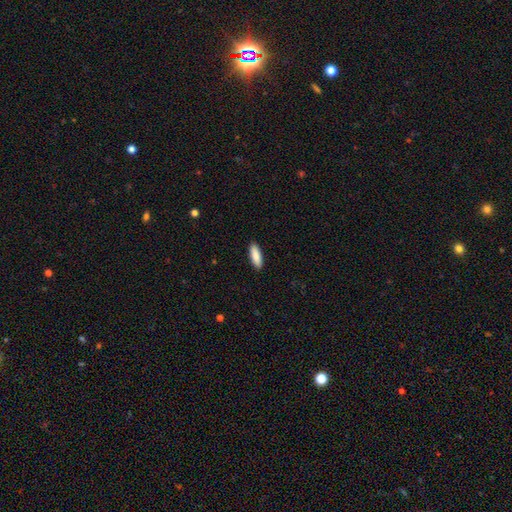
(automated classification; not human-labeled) Smooth or featured? Predicted: smooth (p=0.89). How rounded? Predicted: in between (p=0.58). Merging? Predicted: none (p=0.91).